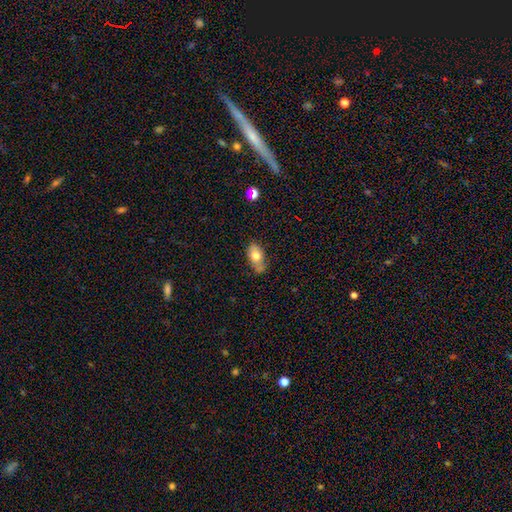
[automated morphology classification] A smooth galaxy with no disk features (73%) that is in between round and cigar-shaped (88%).

Vote fractions:
- Smooth or featured? smooth: 73% / featured or disk: 19% / star or artifact: 8%
- How rounded? in between: 88% / round: 8% / cigar-shaped: 4%
- Merging? none: 60% / minor disturbance: 26% / merger: 9% / major disturbance: 5%